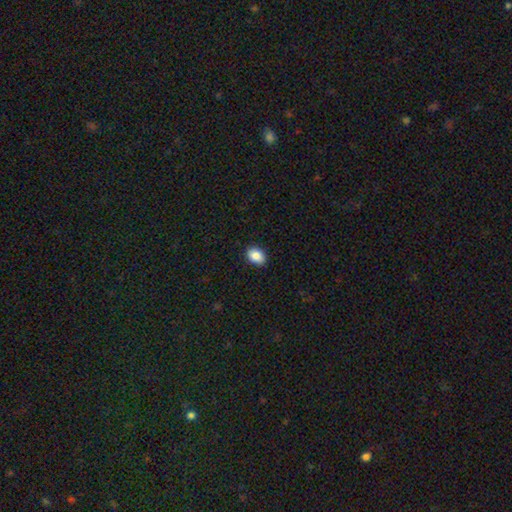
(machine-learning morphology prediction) smooth 86%, star or artifact 8%, featured or disk 6%. Down the decision tree: how rounded — in between (77%); merging — none (90%).